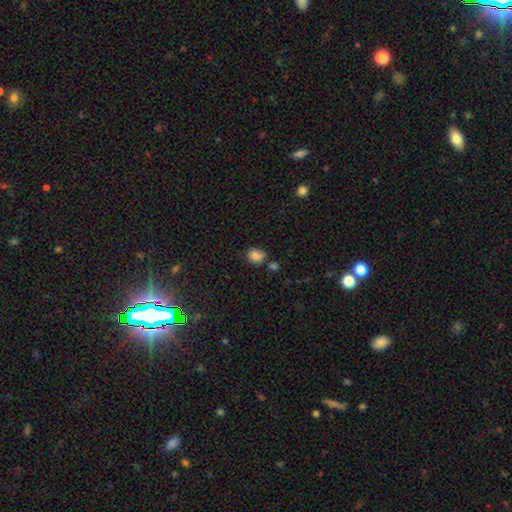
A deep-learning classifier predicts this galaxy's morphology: Overall: smooth (81%). How rounded: round (50%; in between 49%). Merging: none (61%; minor disturbance 22%).